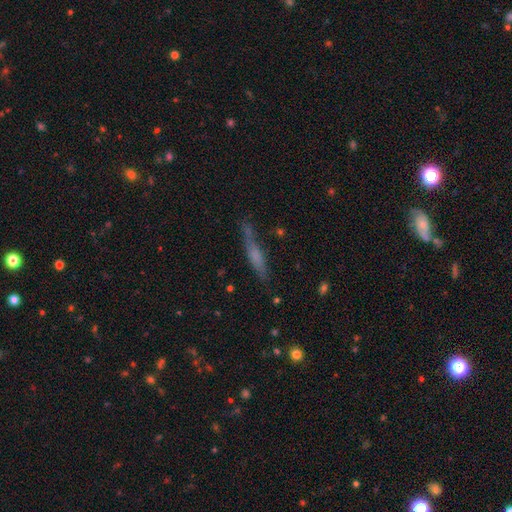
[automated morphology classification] This is possibly a smooth galaxy (49%). Merging: likely none (68%).